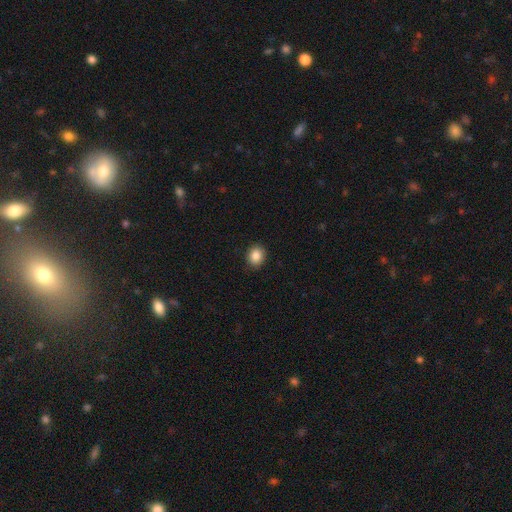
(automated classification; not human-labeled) Overall: smooth (87%). How rounded: round (64%; in between 35%). Merging: none (88%).